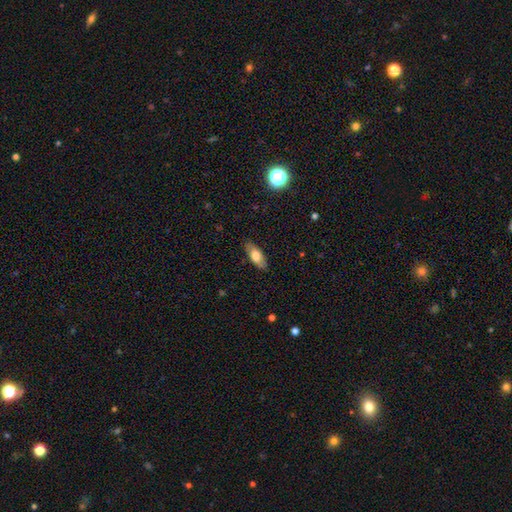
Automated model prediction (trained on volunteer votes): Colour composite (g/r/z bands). It shows a smooth galaxy with no disk features (69%) that is in between round and cigar-shaped (76%). Merging: none (85%).